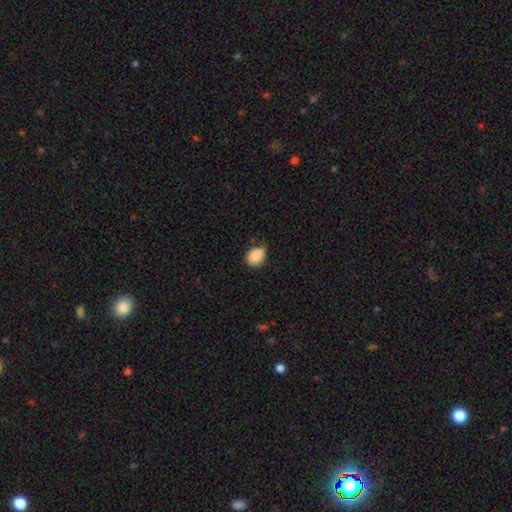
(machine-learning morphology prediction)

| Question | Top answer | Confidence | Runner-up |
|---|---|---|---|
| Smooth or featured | smooth | 87% | star or artifact (8%) |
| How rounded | in between | 60% | round (39%) |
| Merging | none | 53% | minor disturbance (38%) |